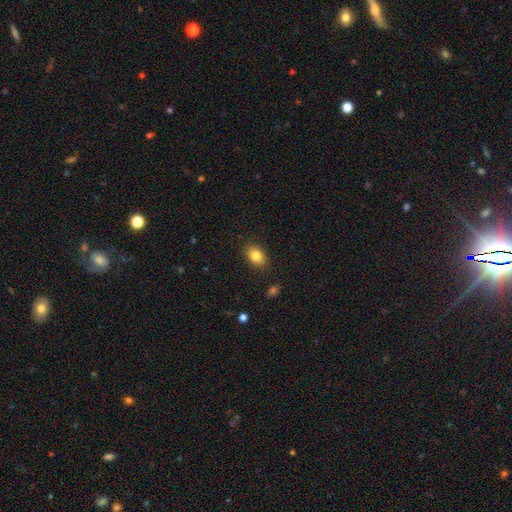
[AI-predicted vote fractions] The model was most divided on "how rounded": in between: 78%, round: 21%, cigar-shaped: 1%. More confident: merging — none (87%); smooth or featured — smooth (84%).